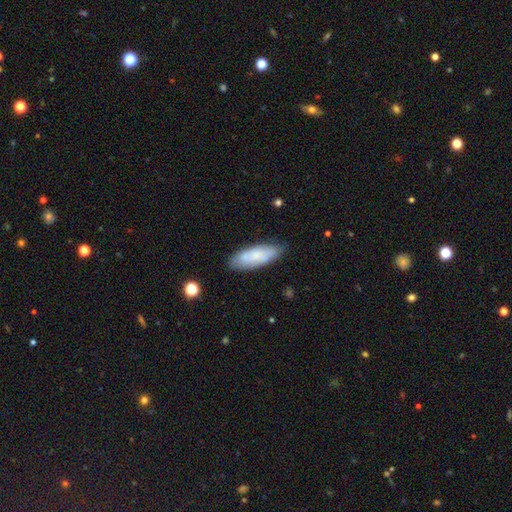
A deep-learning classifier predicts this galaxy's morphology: This is likely a smooth galaxy (69%). How rounded: likely in between (67%). Merging: likely none (75%).